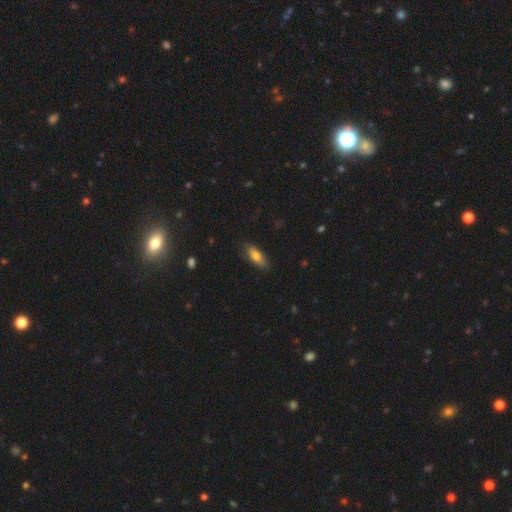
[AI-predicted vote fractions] The model was most divided on "how rounded": in between: 74%, cigar-shaped: 24%, round: 2%. More confident: merging — none (81%); smooth or featured — smooth (75%).